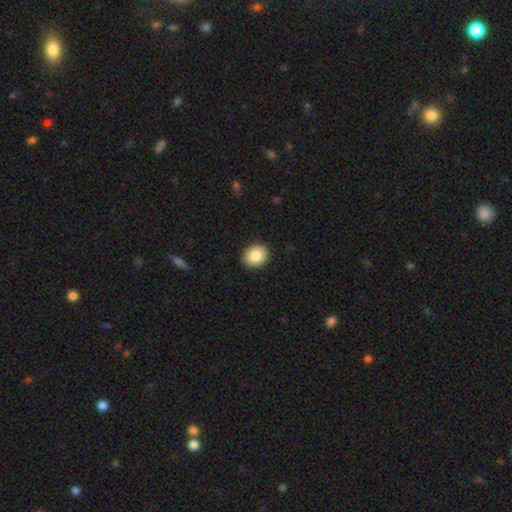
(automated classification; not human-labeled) The model was most divided on "how rounded": round: 63%, in between: 36%, cigar-shaped: 1%. More confident: merging — none (91%); smooth or featured — smooth (85%).